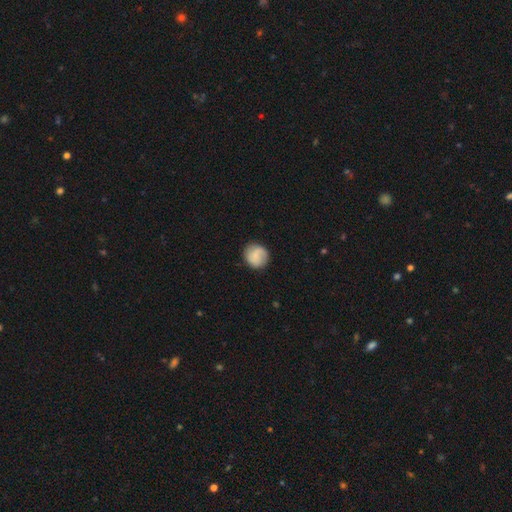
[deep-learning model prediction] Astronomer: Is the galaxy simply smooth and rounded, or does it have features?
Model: smooth — 70%.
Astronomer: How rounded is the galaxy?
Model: round — 89%.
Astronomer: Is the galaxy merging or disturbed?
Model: none — 84%.